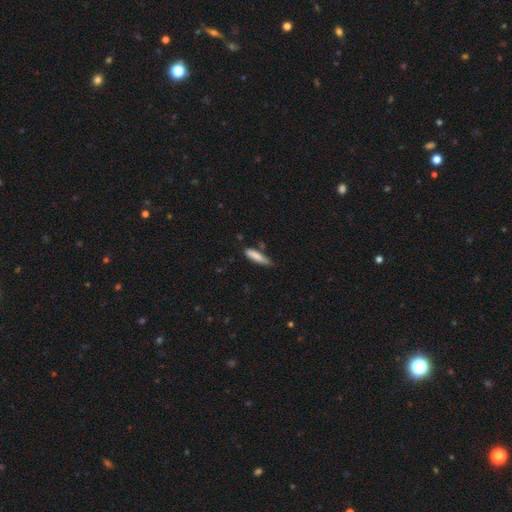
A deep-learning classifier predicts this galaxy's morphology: A smooth galaxy with no disk features (82%) that is cigar-shaped (75%).

Vote fractions:
- Smooth or featured? smooth: 82% / featured or disk: 11% / star or artifact: 7%
- How rounded? cigar-shaped: 75% / in between: 23% / round: 1%
- Merging? none: 61% / minor disturbance: 28% / merger: 5% / major disturbance: 5%